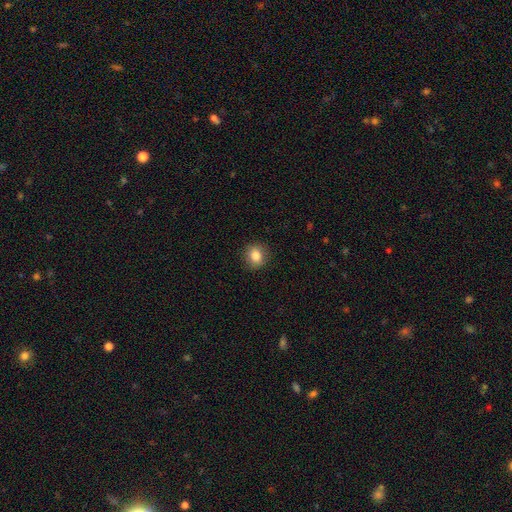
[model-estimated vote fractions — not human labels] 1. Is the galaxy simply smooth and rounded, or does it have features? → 83% smooth, 10% star or artifact, 8% featured or disk.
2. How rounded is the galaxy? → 74% round, 25% in between, 1% cigar-shaped.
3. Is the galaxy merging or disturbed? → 88% none, 9% minor disturbance, 2% major disturbance, 1% merger.